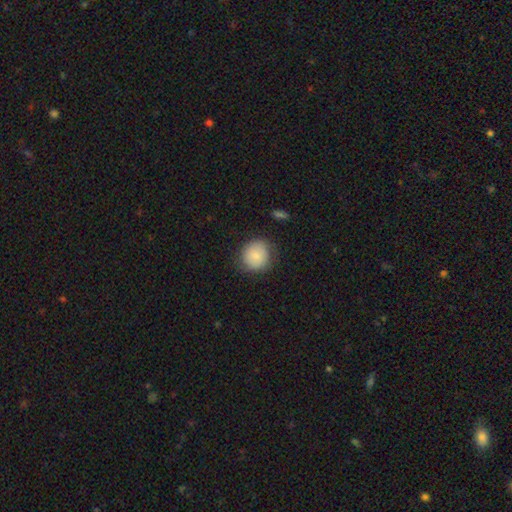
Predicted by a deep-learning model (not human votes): Q: Smooth or featured?
A: smooth (84%); runner-up: featured or disk (9%)
Q: How rounded?
A: round (87%); runner-up: in between (12%)
Q: Merging?
A: none (78%); runner-up: minor disturbance (16%)